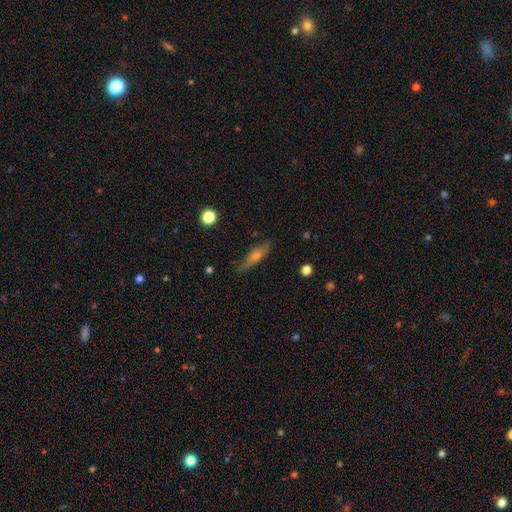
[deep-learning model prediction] Overall: featured or disk (46%; smooth 44%). Merging: none (80%).